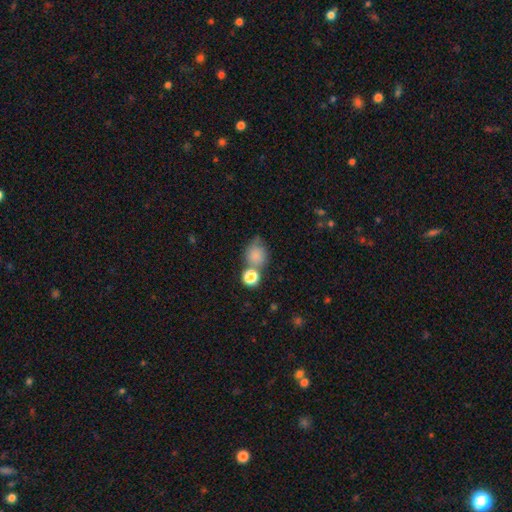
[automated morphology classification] Smooth or featured? Predicted: smooth (p=0.80). How rounded? Predicted: round (p=0.67). Merging? Predicted: none (p=0.50).